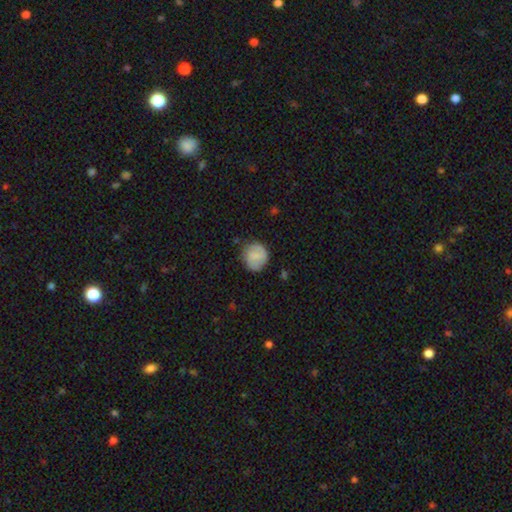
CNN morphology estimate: A smooth galaxy with no disk features (71%) that is round (87%).

Vote fractions:
- Smooth or featured? smooth: 71% / featured or disk: 22% / star or artifact: 7%
- How rounded? round: 87% / in between: 12% / cigar-shaped: 1%
- Merging? none: 80% / minor disturbance: 15% / major disturbance: 4% / merger: 1%